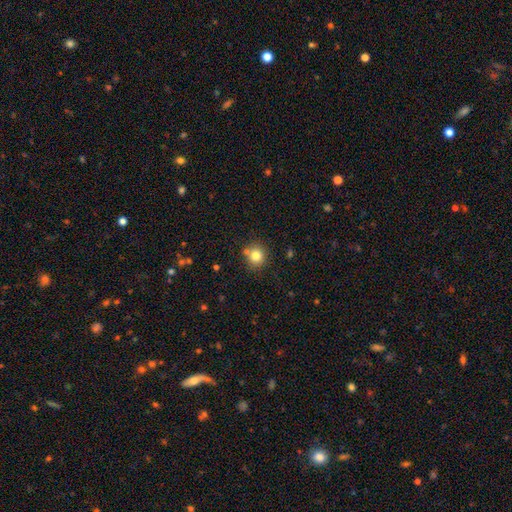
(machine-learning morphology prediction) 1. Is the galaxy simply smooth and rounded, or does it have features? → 80% smooth, 12% star or artifact, 8% featured or disk.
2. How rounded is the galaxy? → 87% round, 12% in between, 1% cigar-shaped.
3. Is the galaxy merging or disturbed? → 76% none, 11% minor disturbance, 11% merger, 3% major disturbance.